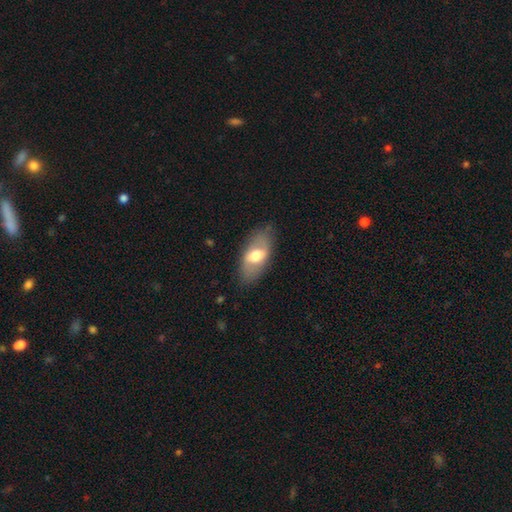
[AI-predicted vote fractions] The model was most divided on "smooth or featured": smooth: 51%, featured or disk: 43%, star or artifact: 6%. More confident: how rounded — in between (89%); merging — none (78%).